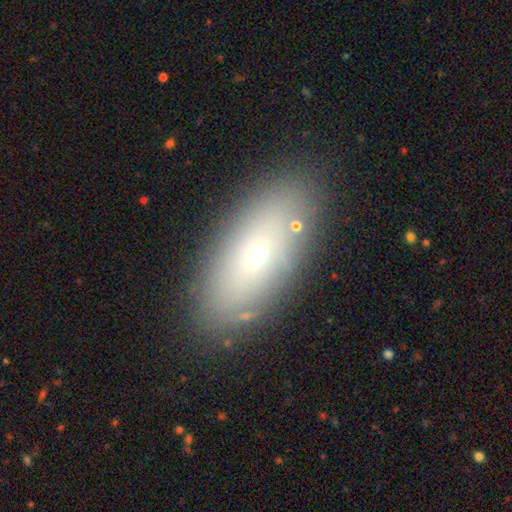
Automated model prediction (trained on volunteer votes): The model was most divided on "smooth or featured": smooth: 60%, featured or disk: 28%, star or artifact: 13%. More confident: merging — none (84%); how rounded — in between (79%).